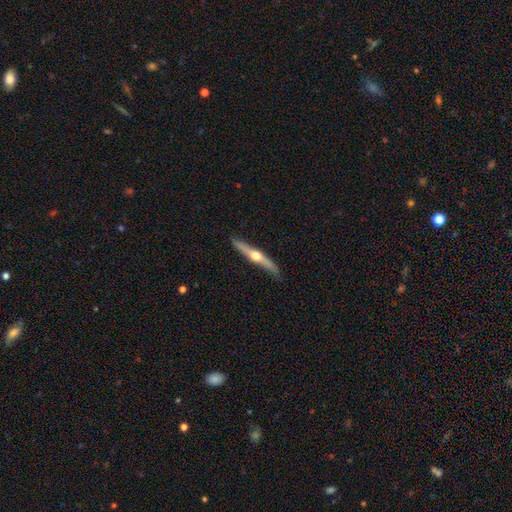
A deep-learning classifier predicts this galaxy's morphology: featured or disk 70%, smooth 25%, star or artifact 5%. Down the decision tree: edge-on disk — yes (97%); edge-on bulge — rounded (95%); merging — none (87%).